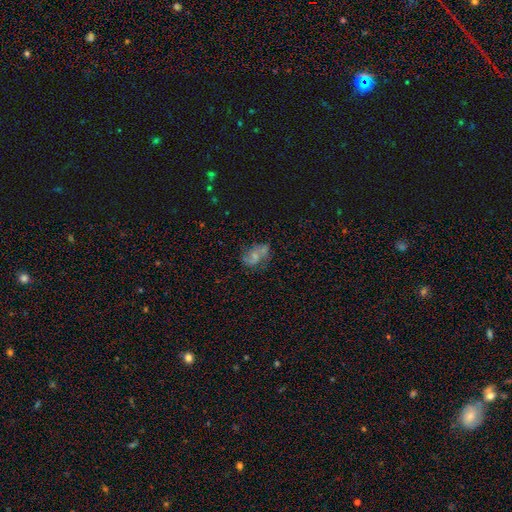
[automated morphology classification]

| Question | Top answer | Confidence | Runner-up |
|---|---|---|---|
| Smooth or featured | featured or disk | 47% | smooth (39%) |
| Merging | none | 47% | minor disturbance (23%) |